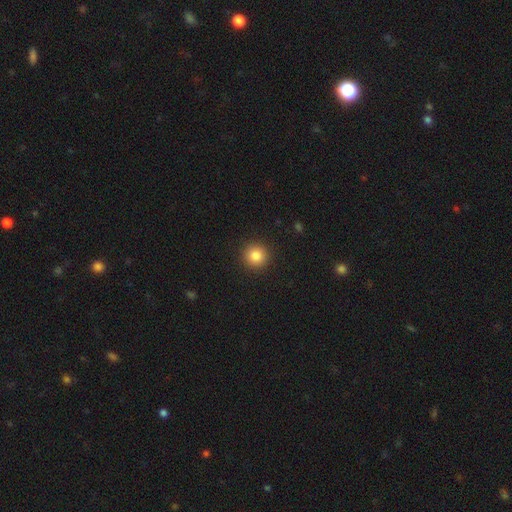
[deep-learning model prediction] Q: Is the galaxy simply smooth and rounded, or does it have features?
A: smooth — 84%.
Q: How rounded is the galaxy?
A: round — 94%.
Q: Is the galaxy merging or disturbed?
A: none — 92%.